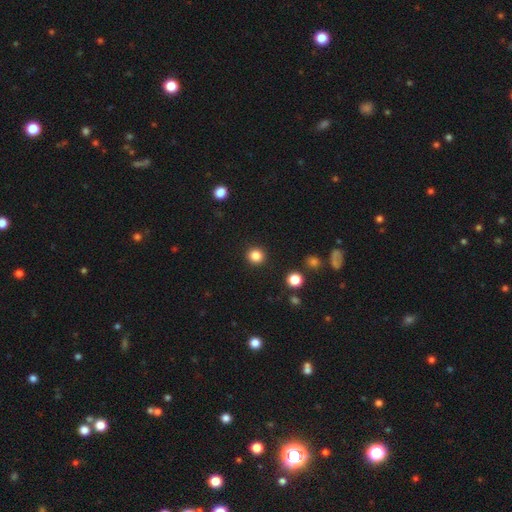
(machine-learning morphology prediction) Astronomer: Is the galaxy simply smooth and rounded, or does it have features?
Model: smooth — 85%.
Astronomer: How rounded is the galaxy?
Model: round — 94%.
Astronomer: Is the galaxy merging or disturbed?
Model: none — 92%.